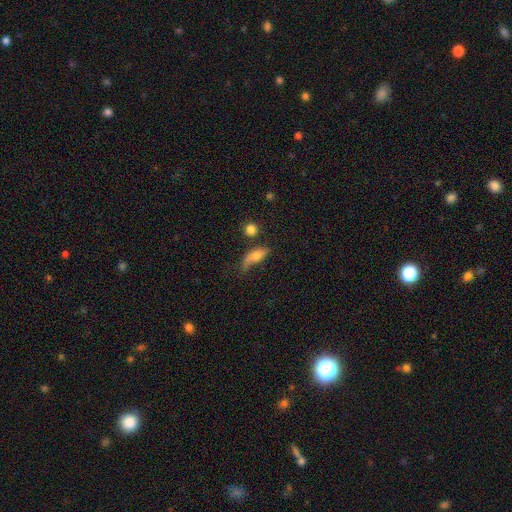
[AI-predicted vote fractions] Smooth or featured? smooth (62%)
How rounded? in between (65%)
Merging? none (32%)